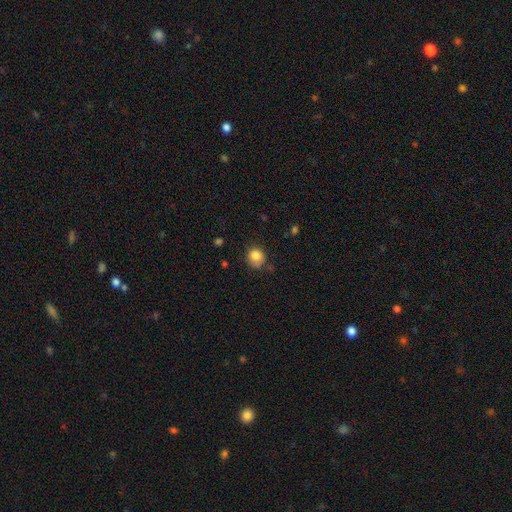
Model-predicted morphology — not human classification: The model was most divided on "merging": none: 66%, minor disturbance: 24%, major disturbance: 6%, merger: 4%. More confident: smooth or featured — smooth (83%); how rounded — round (81%).